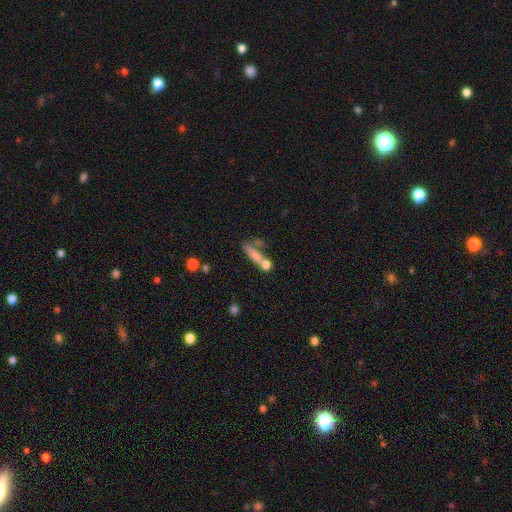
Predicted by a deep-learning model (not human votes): Smooth or featured? smooth (68%)
How rounded? cigar-shaped (69%)
Merging? none (44%)